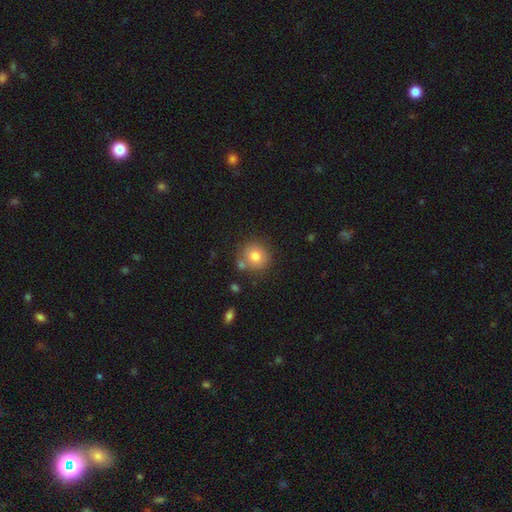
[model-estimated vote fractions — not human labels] This is likely a smooth galaxy (79%). How rounded: clearly round (88%). Merging: likely none (72%).